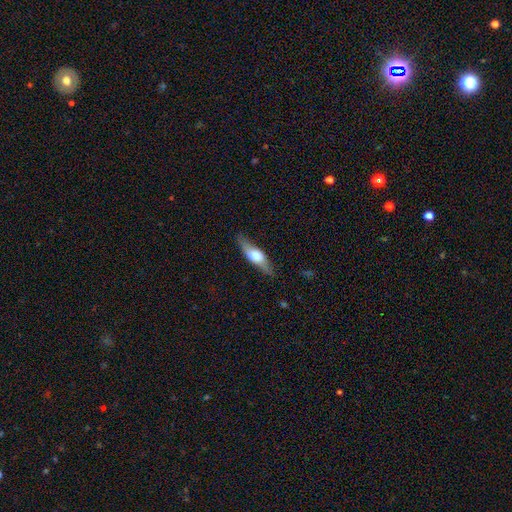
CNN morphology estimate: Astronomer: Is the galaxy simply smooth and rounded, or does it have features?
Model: smooth — 47%, tied with featured or disk at 47%.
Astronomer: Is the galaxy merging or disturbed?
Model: none — 80%.